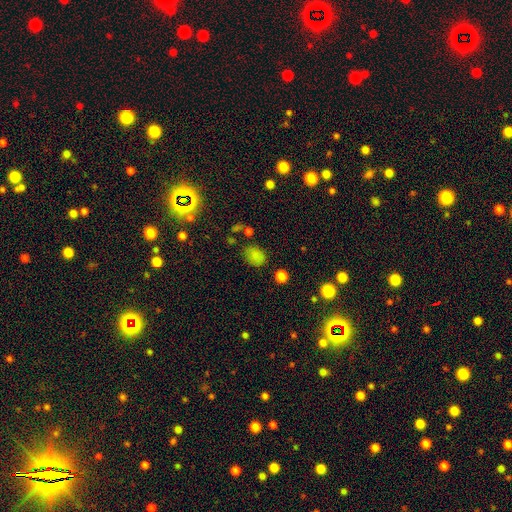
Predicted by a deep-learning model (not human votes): This is likely a smooth galaxy (79%). How rounded: likely in between (61%). Merging: likely none (72%).